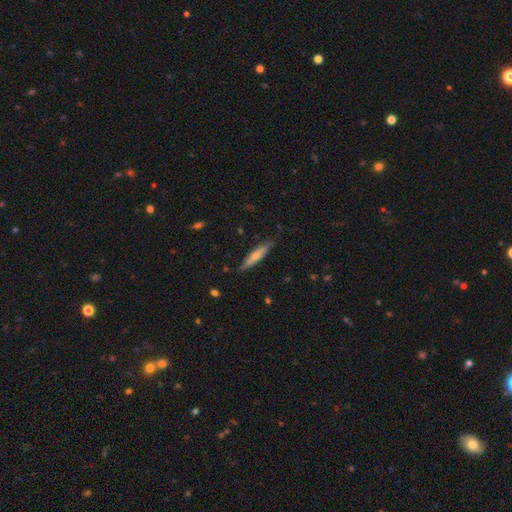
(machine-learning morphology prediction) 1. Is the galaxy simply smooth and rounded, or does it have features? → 58% smooth, 36% featured or disk, 6% star or artifact.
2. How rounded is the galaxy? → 83% cigar-shaped, 16% in between, 2% round.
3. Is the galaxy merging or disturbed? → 81% none, 15% minor disturbance, 2% major disturbance, 1% merger.